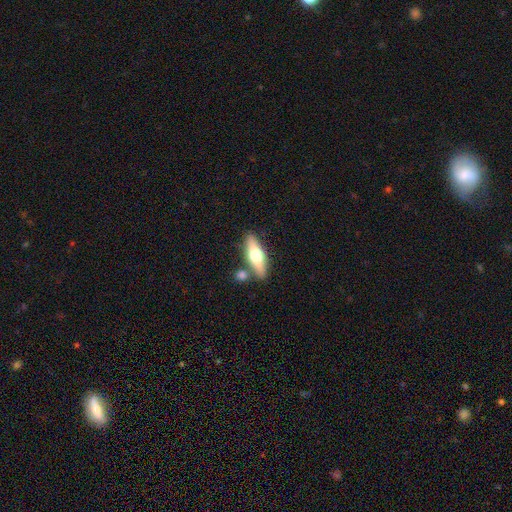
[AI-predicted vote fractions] The model was most divided on "how rounded": in between: 49%, cigar-shaped: 48%, round: 3%. More confident: merging — none (74%); smooth or featured — smooth (51%).